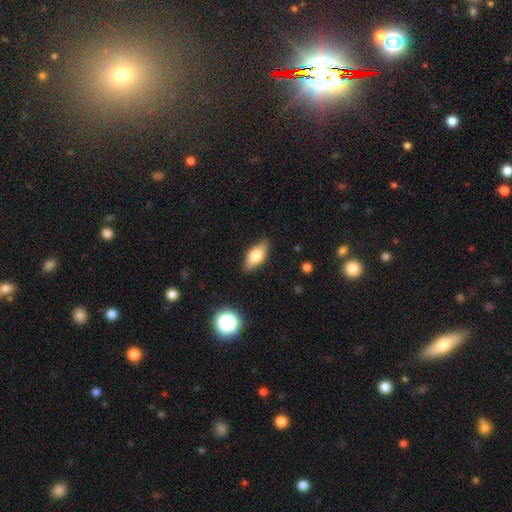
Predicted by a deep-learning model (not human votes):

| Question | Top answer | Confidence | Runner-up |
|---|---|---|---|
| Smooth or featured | smooth | 69% | featured or disk (24%) |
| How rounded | in between | 83% | cigar-shaped (13%) |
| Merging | none | 85% | minor disturbance (11%) |